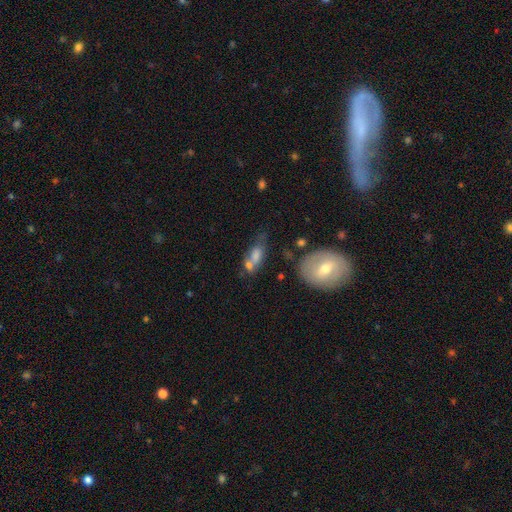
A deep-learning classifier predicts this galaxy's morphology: A smooth galaxy with no disk features (63%) that is in between round and cigar-shaped (72%).

Vote fractions:
- Smooth or featured? smooth: 63% / featured or disk: 26% / star or artifact: 11%
- How rounded? in between: 72% / cigar-shaped: 19% / round: 9%
- Merging? none: 36% / merger: 29% / minor disturbance: 21% / major disturbance: 14%